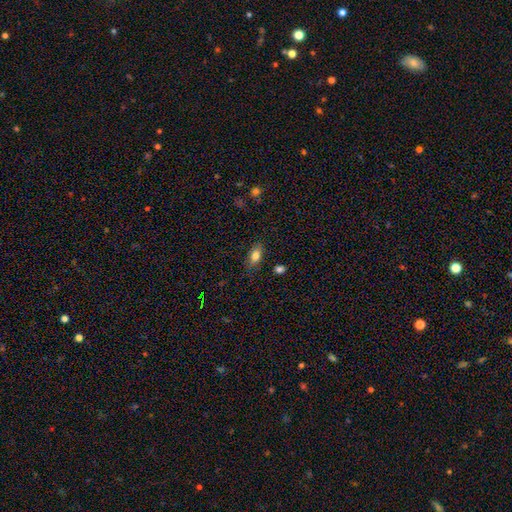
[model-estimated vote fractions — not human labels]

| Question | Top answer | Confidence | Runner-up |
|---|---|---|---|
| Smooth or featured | smooth | 81% | featured or disk (10%) |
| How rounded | in between | 87% | round (7%) |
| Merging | none | 80% | minor disturbance (15%) |